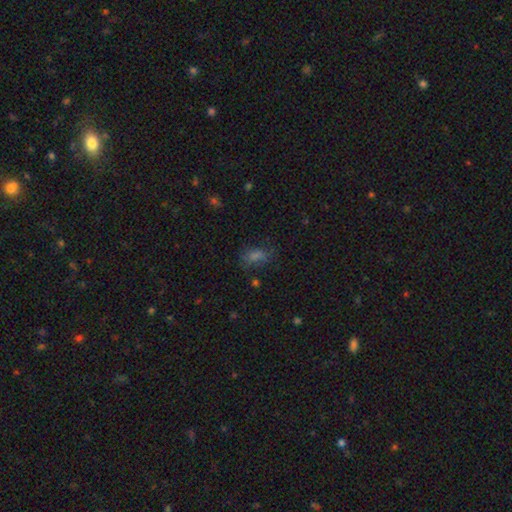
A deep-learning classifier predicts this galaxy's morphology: A smooth galaxy with no disk features (58%) that is in between round and cigar-shaped (80%).

Vote fractions:
- Smooth or featured? smooth: 58% / star or artifact: 29% / featured or disk: 13%
- How rounded? in between: 80% / round: 14% / cigar-shaped: 6%
- Merging? none: 67% / minor disturbance: 19% / major disturbance: 10% / merger: 3%